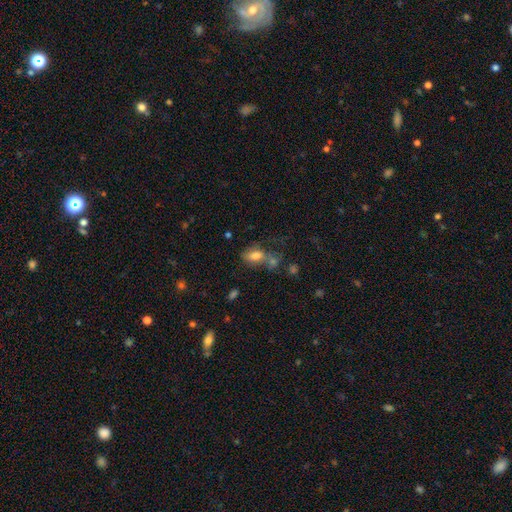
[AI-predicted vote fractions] smooth 72%, featured or disk 17%, star or artifact 11%. Down the decision tree: how rounded — in between (84%); merging — none (40%).